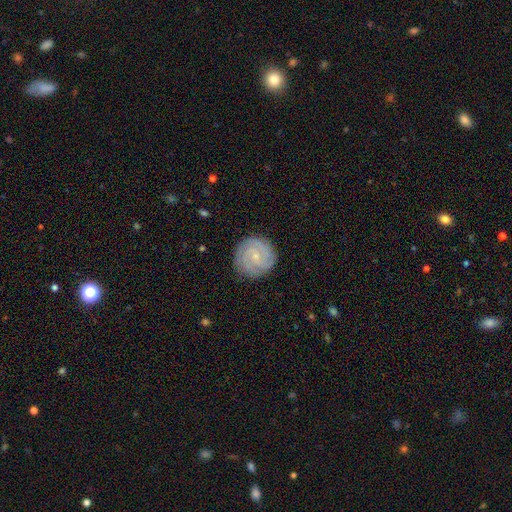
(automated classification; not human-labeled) Q: Smooth or featured?
A: featured or disk (78%); runner-up: smooth (16%)
Q: Edge-on disk?
A: no (98%); runner-up: yes (2%)
Q: Bar?
A: no (57%); runner-up: weak (37%)
Q: Spiral arms?
A: yes (96%); runner-up: no (4%)
Q: Spiral winding?
A: tight (73%); runner-up: medium (23%)
Q: Spiral arm count?
A: 3 (33%); runner-up: 2 (26%)
Q: Bulge size?
A: small (79%); runner-up: moderate (15%)
Q: Merging?
A: none (85%); runner-up: minor disturbance (11%)